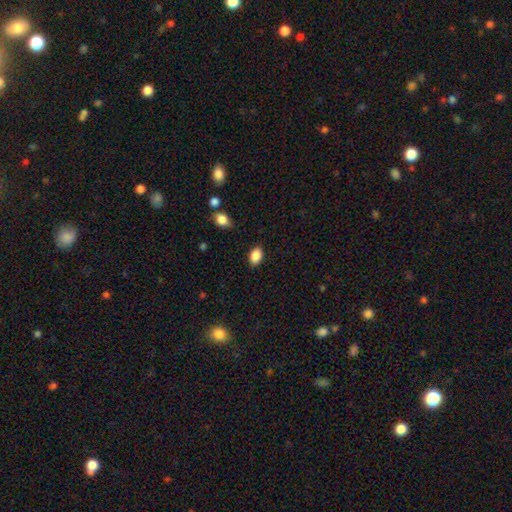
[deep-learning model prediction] Smooth or featured: smooth — 88% (star or artifact — 8%)
How rounded: in between — 84% (round — 15%)
Merging: none — 86% (minor disturbance — 10%)